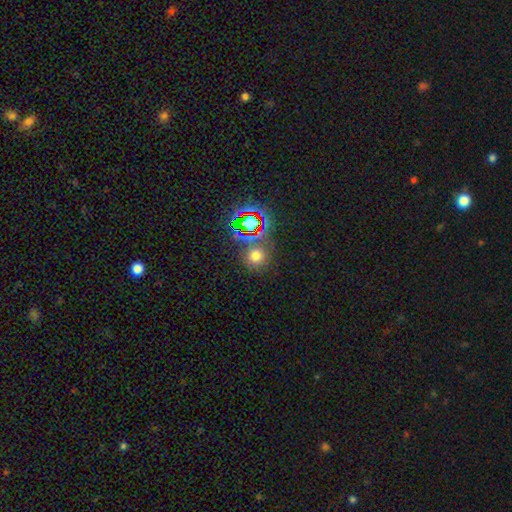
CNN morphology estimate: This is likely a smooth galaxy (61%). How rounded: clearly round (90%). Merging: likely none (75%).